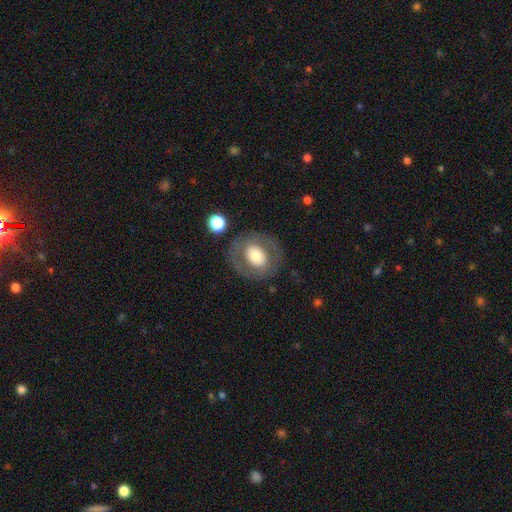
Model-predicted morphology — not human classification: smooth-or-featured: smooth: 51% | featured or disk: 41% | star or artifact: 8%
  how-rounded: round: 63% | in between: 36% | cigar-shaped: 1%
  merging: none: 78% | minor disturbance: 11% | major disturbance: 9% | merger: 2%